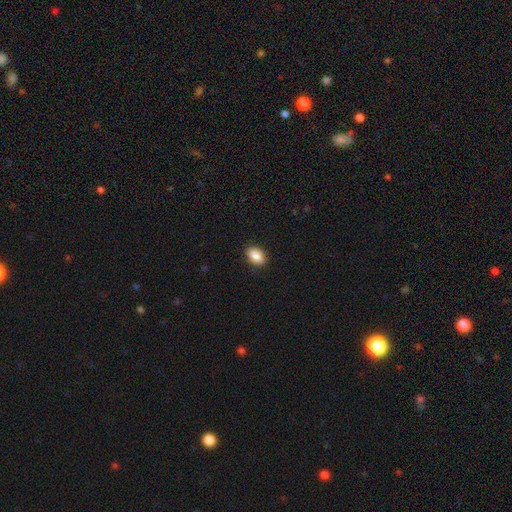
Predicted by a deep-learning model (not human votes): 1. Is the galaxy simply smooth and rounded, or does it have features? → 89% smooth, 7% star or artifact, 3% featured or disk.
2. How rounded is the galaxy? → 90% in between, 8% round, 1% cigar-shaped.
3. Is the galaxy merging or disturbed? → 90% none, 7% minor disturbance, 2% major disturbance, 1% merger.